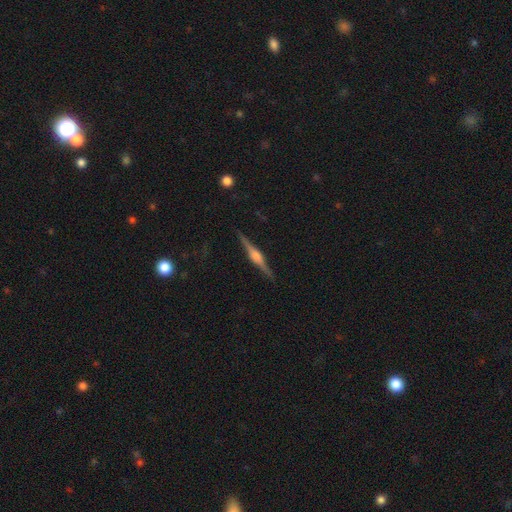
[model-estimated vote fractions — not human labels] smooth_or_featured: featured or disk (p=0.81) [alt: smooth p=0.12]
disk_edge_on: yes (p=0.98) [alt: no p=0.02]
edge_on_bulge: rounded (p=0.75) [alt: boxy p=0.21]
merging: none (p=0.90) [alt: minor disturbance p=0.07]